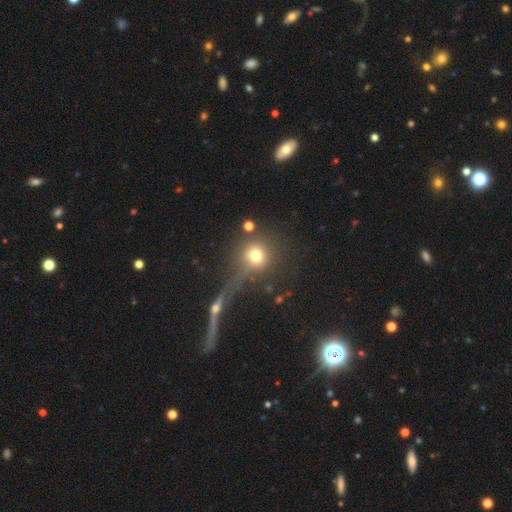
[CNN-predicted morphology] The model was most divided on "merging": none: 49%, merger: 22%, major disturbance: 16%, minor disturbance: 13%. More confident: how rounded — round (89%); smooth or featured — smooth (67%).